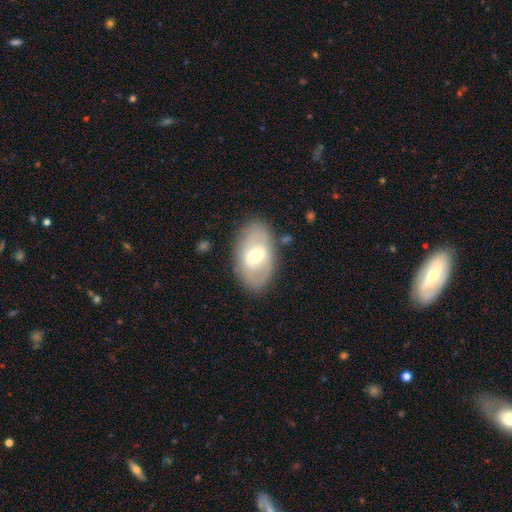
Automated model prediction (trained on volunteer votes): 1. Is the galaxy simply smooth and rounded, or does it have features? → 56% featured or disk, 38% smooth, 6% star or artifact.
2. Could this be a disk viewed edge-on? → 91% no, 9% yes.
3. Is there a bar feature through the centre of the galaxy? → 47% weak, 33% no, 20% strong.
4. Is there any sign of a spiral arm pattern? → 56% no, 44% yes.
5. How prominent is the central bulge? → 70% moderate, 19% small, 9% large, 1% dominant, 1% none.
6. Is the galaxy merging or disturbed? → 80% none, 14% minor disturbance, 5% major disturbance, 2% merger.